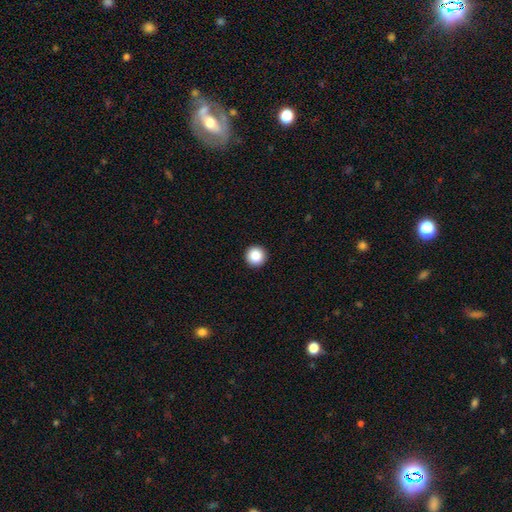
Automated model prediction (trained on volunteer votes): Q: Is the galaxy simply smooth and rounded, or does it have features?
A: smooth — 87%.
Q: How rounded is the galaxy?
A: round — 97%.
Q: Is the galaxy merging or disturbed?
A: none — 94%.